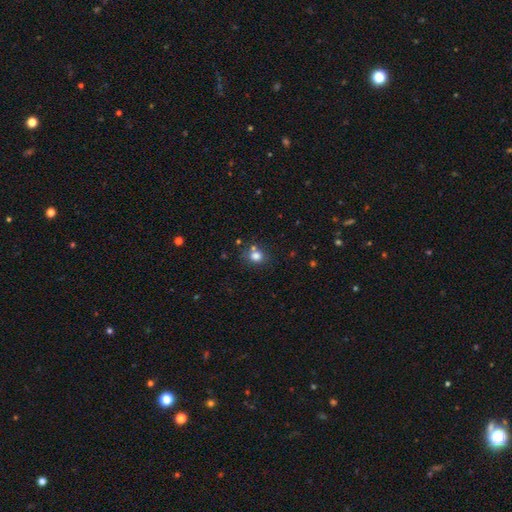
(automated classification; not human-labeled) A smooth galaxy with no disk features (78%) that is round (68%). Merging: none (64%).